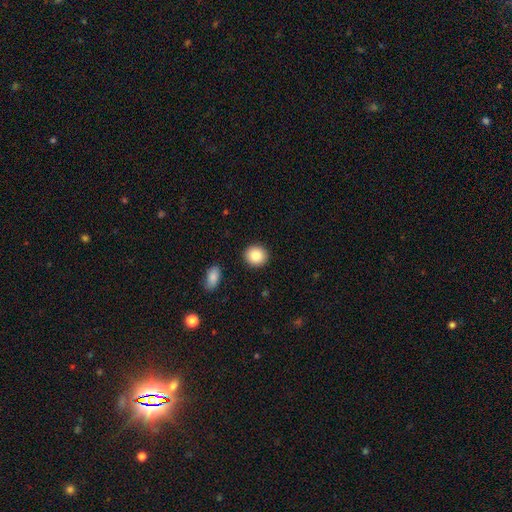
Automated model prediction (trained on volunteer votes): smooth_or_featured: smooth (p=0.86) [alt: star or artifact p=0.08]
how_rounded: round (p=0.84) [alt: in between p=0.15]
merging: none (p=0.91) [alt: minor disturbance p=0.06]